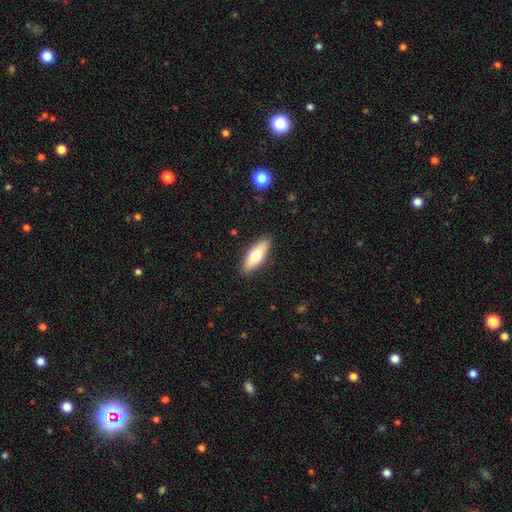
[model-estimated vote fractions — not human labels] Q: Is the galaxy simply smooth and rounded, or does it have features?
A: smooth — 66%.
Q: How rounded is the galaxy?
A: in between — 61%.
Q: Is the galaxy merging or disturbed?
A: none — 89%.